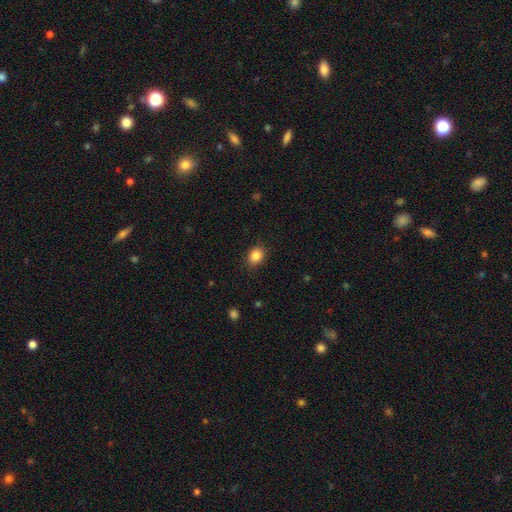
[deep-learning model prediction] smooth 86%, star or artifact 10%, featured or disk 5%. Down the decision tree: how rounded — round (52%); merging — none (87%).